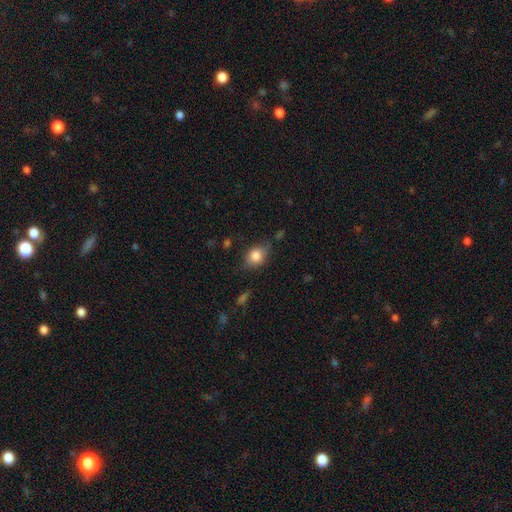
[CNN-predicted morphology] Smooth or featured? Predicted: smooth (p=0.80). How rounded? Predicted: in between (p=0.50). Merging? Predicted: none (p=0.66).